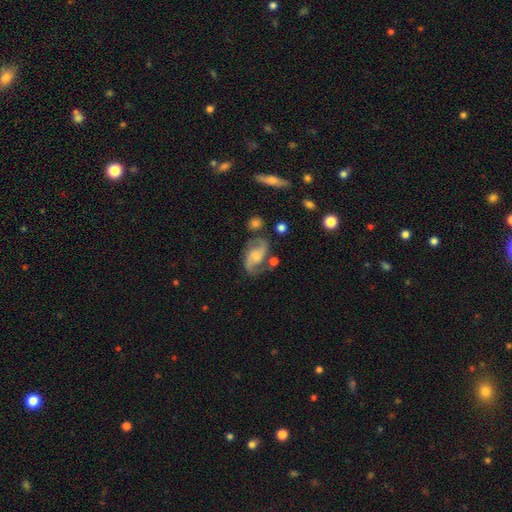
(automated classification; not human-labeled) Smooth or featured? featured or disk (81%)
Edge-on disk? no (97%)
Bar? no (48%)
Spiral arms? yes (95%)
Spiral winding? medium (48%)
Spiral arm count? 2 (91%)
Bulge size? small (38%)
Merging? none (66%)